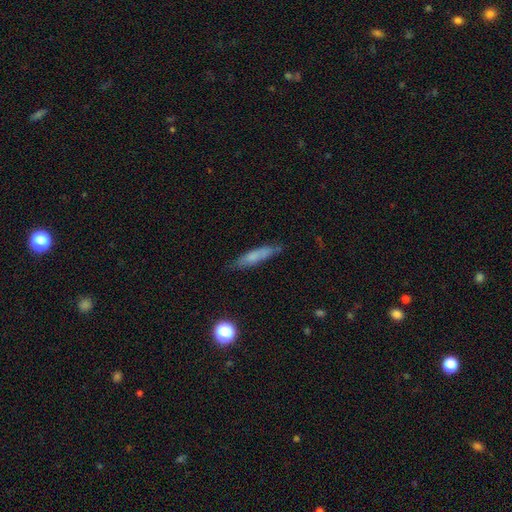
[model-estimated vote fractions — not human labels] A smooth galaxy with no disk features (67%) that is cigar-shaped (82%). Merging: none (76%).